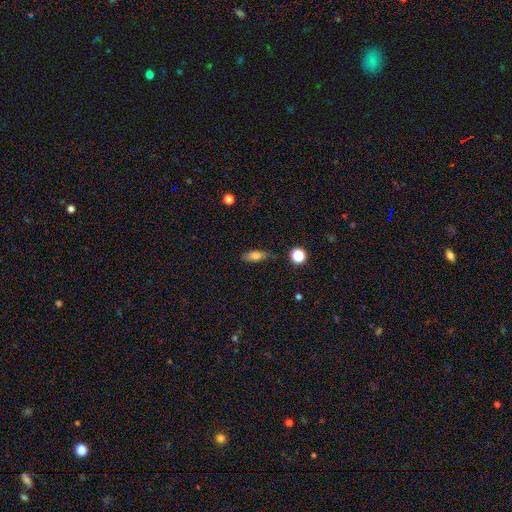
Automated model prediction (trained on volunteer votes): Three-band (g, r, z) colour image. It shows a smooth galaxy with no disk features (71%) that is in between round and cigar-shaped (67%). Merging: none (79%).